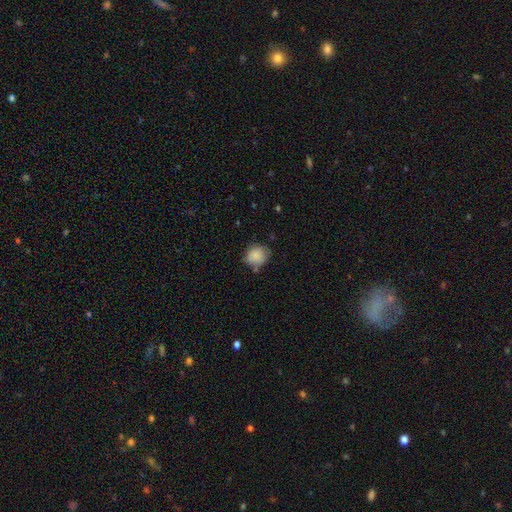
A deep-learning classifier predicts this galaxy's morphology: This is clearly a smooth galaxy (85%). How rounded: likely round (72%). Merging: likely none (65%).